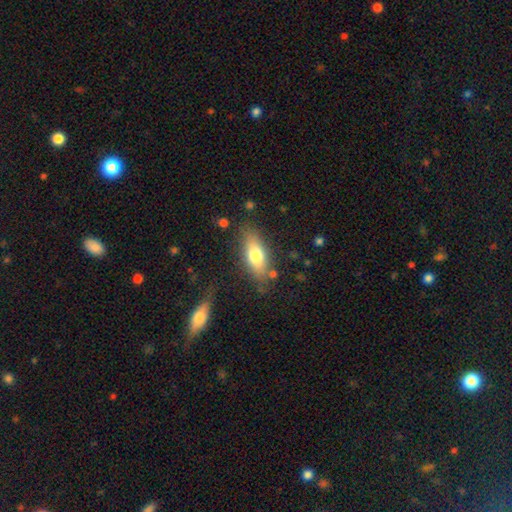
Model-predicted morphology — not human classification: A smooth galaxy with no disk features (72%) that is in between round and cigar-shaped (76%).

Vote fractions:
- Smooth or featured? smooth: 72% / featured or disk: 21% / star or artifact: 7%
- How rounded? in between: 76% / cigar-shaped: 20% / round: 4%
- Merging? none: 77% / minor disturbance: 15% / major disturbance: 5% / merger: 3%